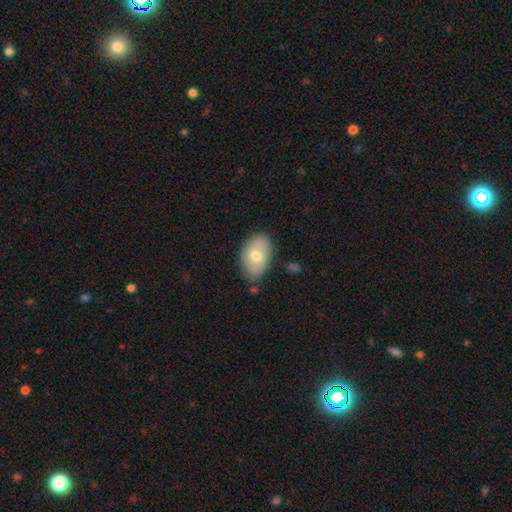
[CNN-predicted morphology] Overall: smooth (69%). How rounded: in between (87%). Merging: none (76%).